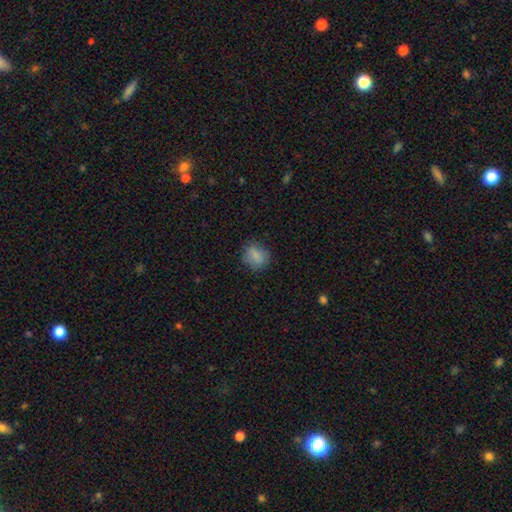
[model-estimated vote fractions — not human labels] This is clearly a smooth galaxy (82%). How rounded: likely round (70%). Merging: likely none (80%).